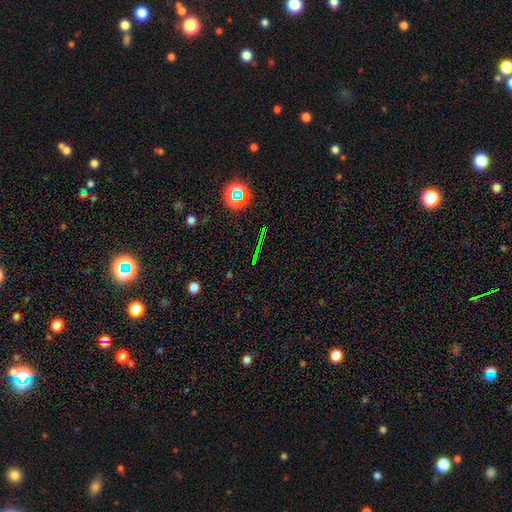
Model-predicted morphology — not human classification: Smooth or featured? Predicted: star or artifact (p=0.74).